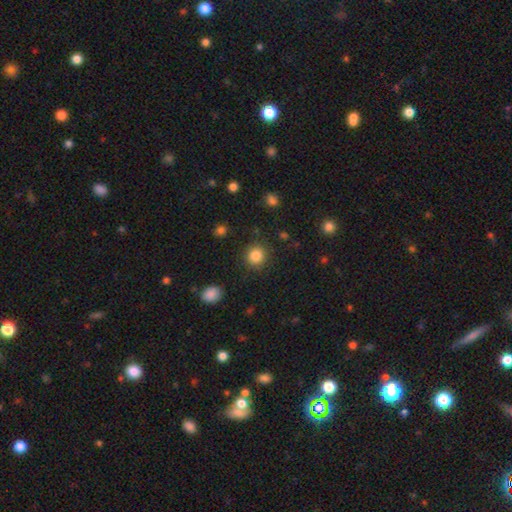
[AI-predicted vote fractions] The model was most divided on "smooth or featured": smooth: 85%, star or artifact: 10%, featured or disk: 5%. More confident: how rounded — round (89%); merging — none (88%).